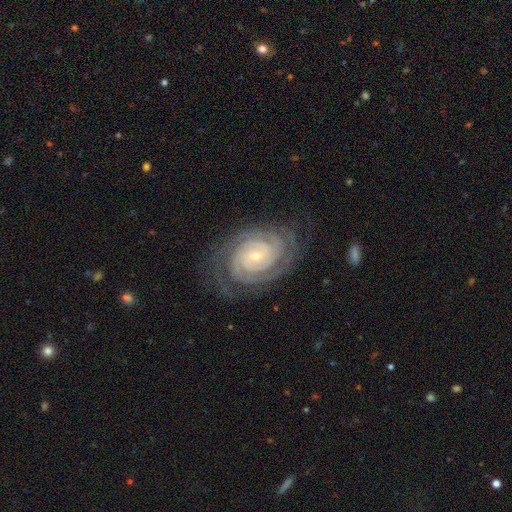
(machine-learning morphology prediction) This is clearly a featured or disk galaxy (90%). It is clearly not viewed edge-on (97%). Bar: likely no (63%). Spiral arm pattern: clearly yes (98%). Spiral arm count: marginally 2 (43%). Spiral winding: clearly tight (84%). Central bulge: likely small (80%). Merging: likely none (78%).